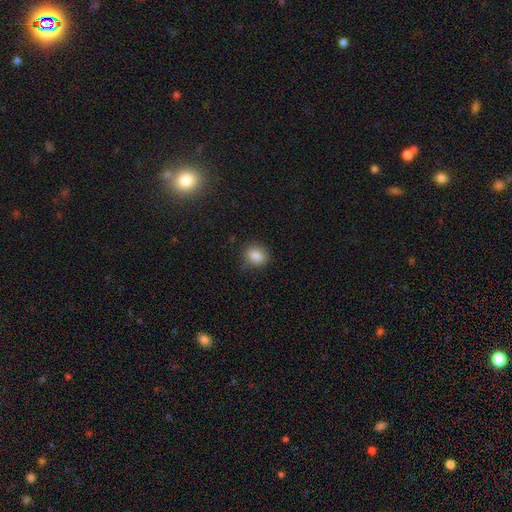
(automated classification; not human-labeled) Smooth or featured: smooth — 84% (star or artifact — 10%)
How rounded: round — 69% (in between — 30%)
Merging: none — 75% (minor disturbance — 19%)